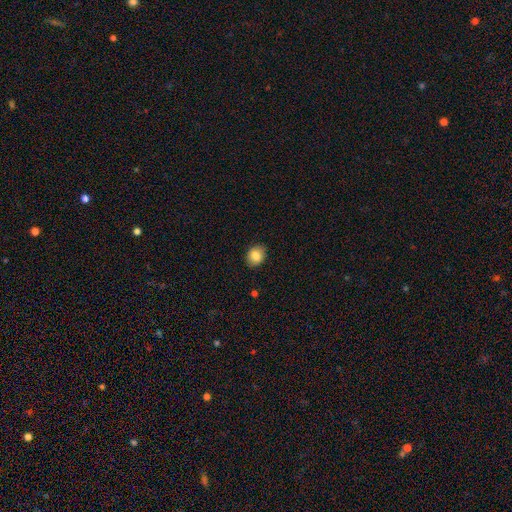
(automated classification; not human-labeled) smooth 83%, star or artifact 9%, featured or disk 8%. Down the decision tree: how rounded — round (50%, tied with in between); merging — none (88%).